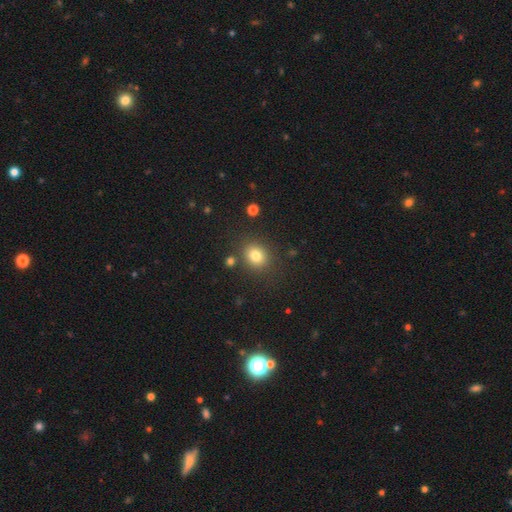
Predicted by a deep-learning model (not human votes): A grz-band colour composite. It shows a smooth galaxy with no disk features (80%) that is round (68%). Merging: none (81%).